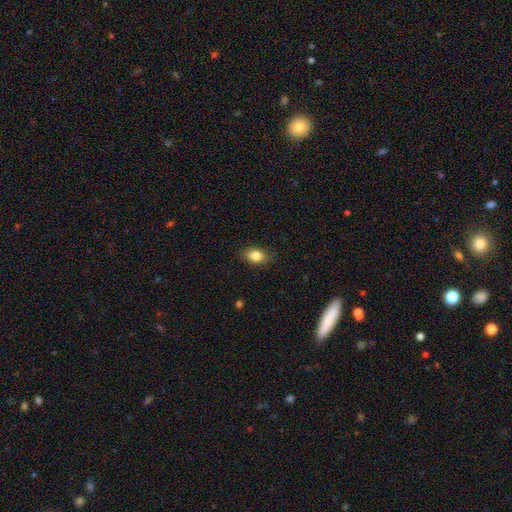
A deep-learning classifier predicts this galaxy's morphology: smooth 84%, star or artifact 9%, featured or disk 7%. Down the decision tree: how rounded — in between (80%); merging — none (86%).